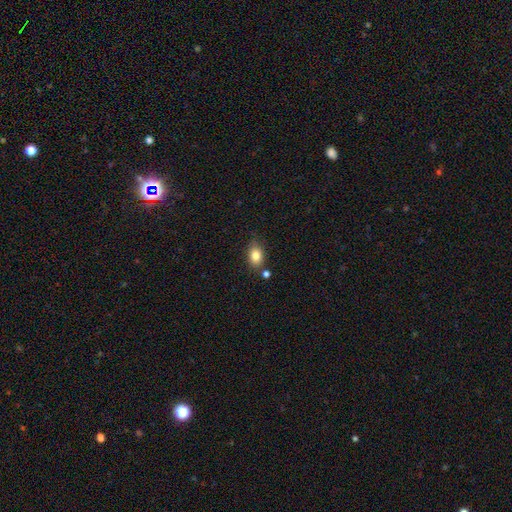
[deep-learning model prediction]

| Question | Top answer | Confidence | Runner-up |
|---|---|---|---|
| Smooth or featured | smooth | 82% | featured or disk (9%) |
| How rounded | in between | 78% | round (20%) |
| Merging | none | 72% | minor disturbance (16%) |